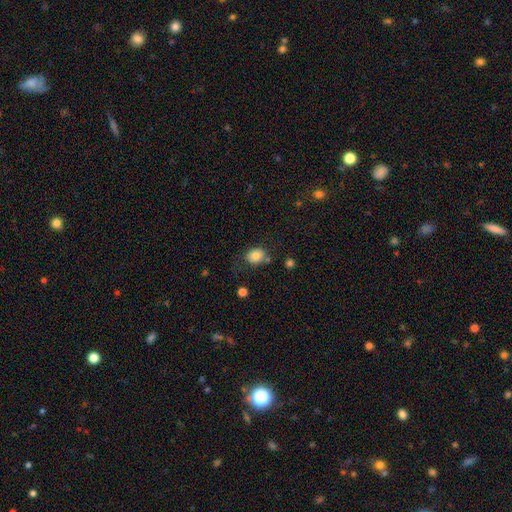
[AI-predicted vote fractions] A smooth galaxy with no disk features (80%) that is round (59%).

Vote fractions:
- Smooth or featured? smooth: 80% / featured or disk: 10% / star or artifact: 10%
- How rounded? round: 59% / in between: 40% / cigar-shaped: 1%
- Merging? none: 70% / minor disturbance: 18% / merger: 7% / major disturbance: 6%